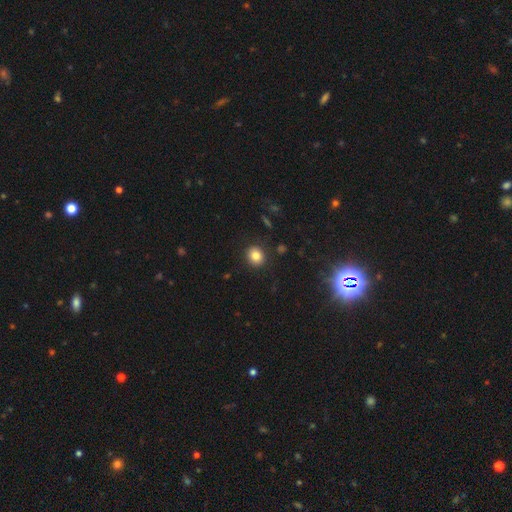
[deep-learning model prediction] smooth-or-featured: smooth: 83% | star or artifact: 11% | featured or disk: 7%
  how-rounded: round: 79% | in between: 20% | cigar-shaped: 1%
  merging: none: 89% | minor disturbance: 7% | major disturbance: 2% | merger: 1%